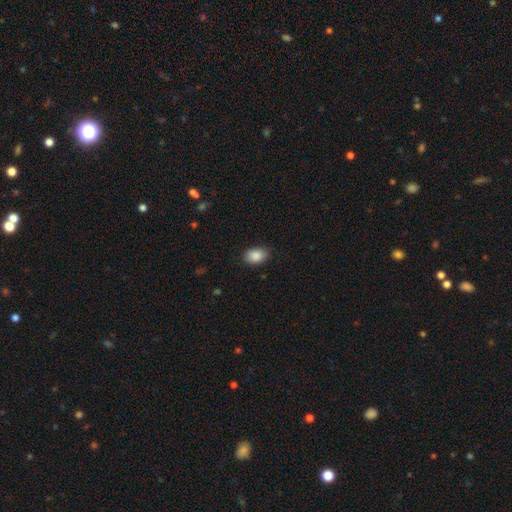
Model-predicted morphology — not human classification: type=smooth (89%); roundness=in between (84%); merging=none (83%).